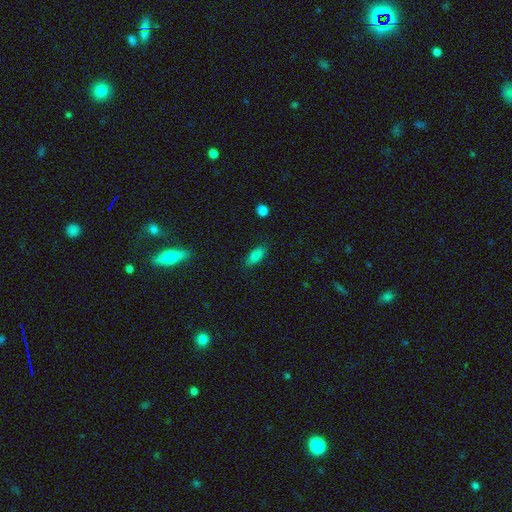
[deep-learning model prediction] A smooth galaxy with no disk features (83%) that is in between round and cigar-shaped (78%). Merging: none (85%).